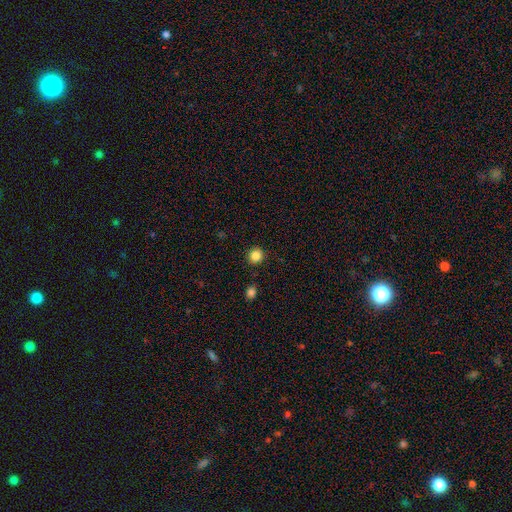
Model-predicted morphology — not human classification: smooth-or-featured: smooth: 85% | star or artifact: 11% | featured or disk: 4%
  how-rounded: round: 94% | in between: 5% | cigar-shaped: 1%
  merging: none: 90% | minor disturbance: 6% | major disturbance: 2% | merger: 2%